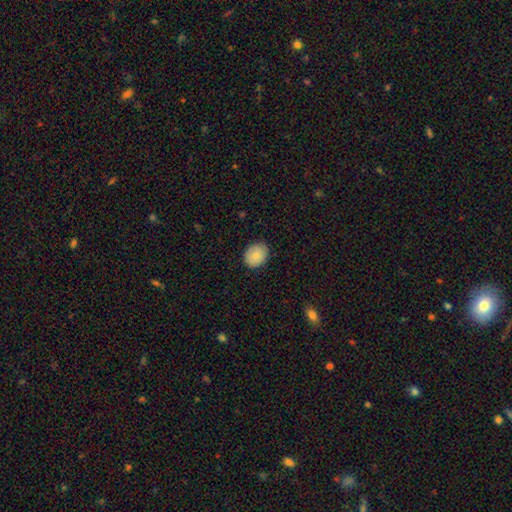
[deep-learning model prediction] Smooth or featured: smooth — 80% (featured or disk — 12%)
How rounded: round — 56% (in between — 43%)
Merging: none — 87% (minor disturbance — 10%)